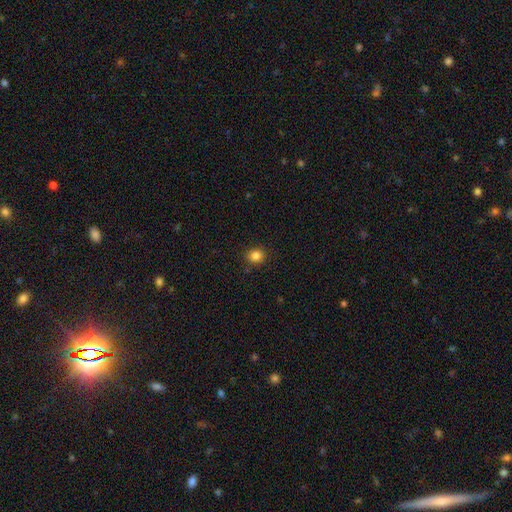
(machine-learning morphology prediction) smooth-or-featured: smooth: 84% | star or artifact: 12% | featured or disk: 4%
  how-rounded: round: 80% | in between: 19% | cigar-shaped: 1%
  merging: none: 89% | minor disturbance: 7% | major disturbance: 2% | merger: 2%